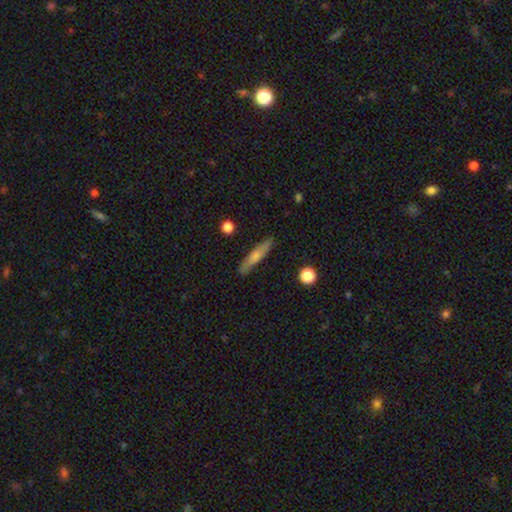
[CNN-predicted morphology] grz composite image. It shows a smooth galaxy with no disk features (64%) that is cigar-shaped (84%). Merging: none (84%).